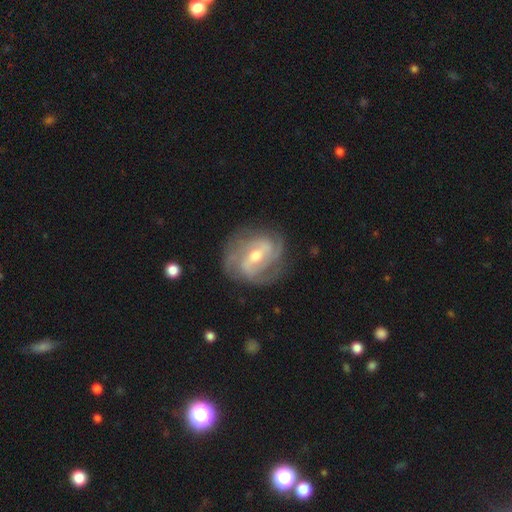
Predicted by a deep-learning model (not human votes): The model was most divided on "spiral arm count": 3: 35%, 2: 32%, can't tell: 17%, 4: 8%, 1: 4%, more than 4: 4%. Remaining: edge-on disk — no (97%); spiral arms — yes (96%); smooth or featured — featured or disk (88%); merging — none (75%); bulge size — moderate (61%); spiral winding — tight (46%); bar — weak (46%).